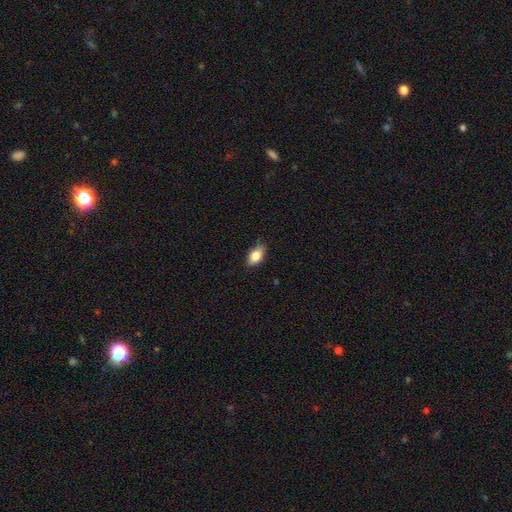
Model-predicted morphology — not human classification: Smooth or featured: smooth — 82% (featured or disk — 10%)
How rounded: in between — 89% (round — 6%)
Merging: none — 83% (minor disturbance — 14%)